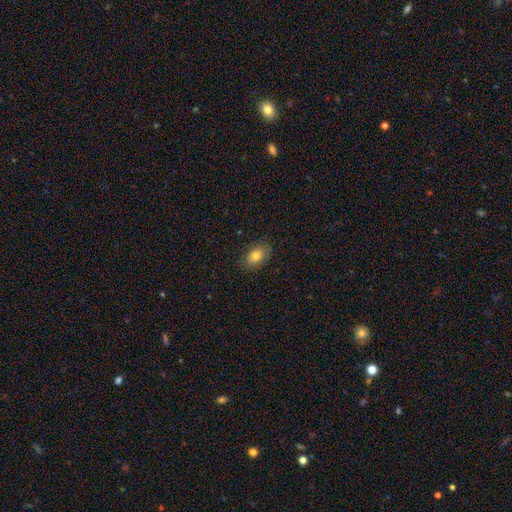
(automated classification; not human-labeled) Morphology: type=smooth (78%); roundness=in between (86%); merging=none (82%).